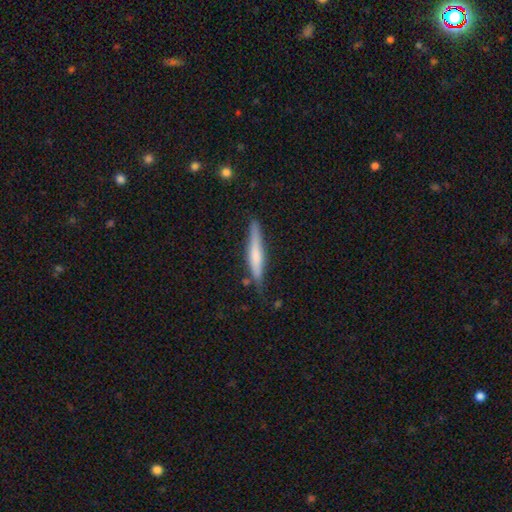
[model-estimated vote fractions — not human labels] Smooth or featured? Predicted: smooth (p=0.57). How rounded? Predicted: cigar-shaped (p=0.93). Merging? Predicted: none (p=0.76).